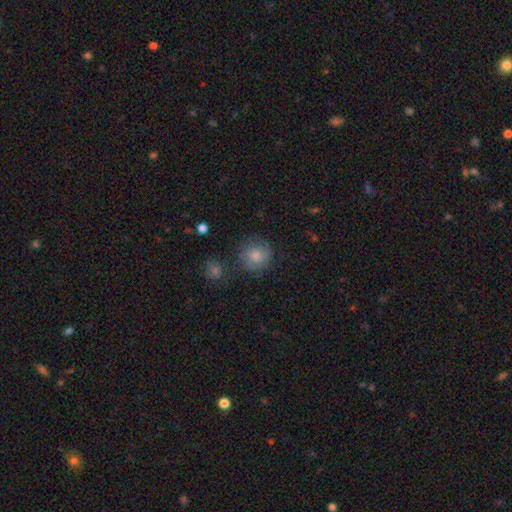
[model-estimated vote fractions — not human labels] Morphology: type=smooth (56%); roundness=round (88%); merging=none (76%).